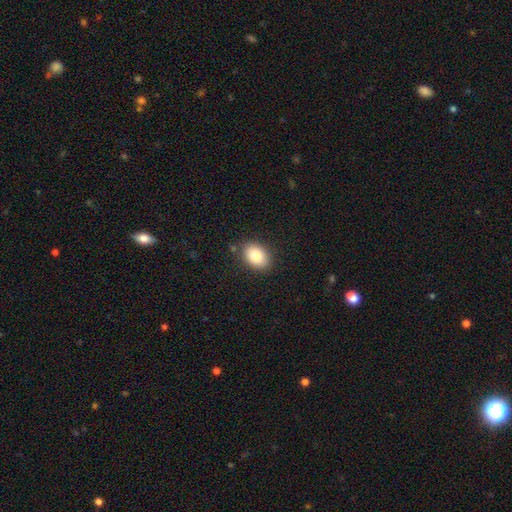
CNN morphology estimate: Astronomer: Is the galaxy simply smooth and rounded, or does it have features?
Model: smooth — 83%.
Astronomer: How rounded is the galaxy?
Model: in between — 80%.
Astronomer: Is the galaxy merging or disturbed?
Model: none — 85%.